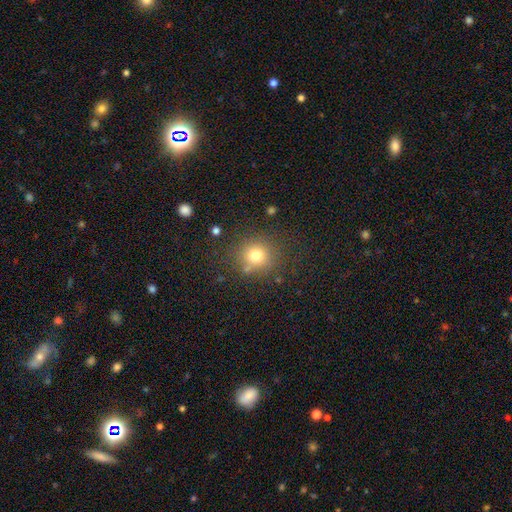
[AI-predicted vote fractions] smooth 75%, star or artifact 16%, featured or disk 9%. Down the decision tree: how rounded — round (88%); merging — none (78%).